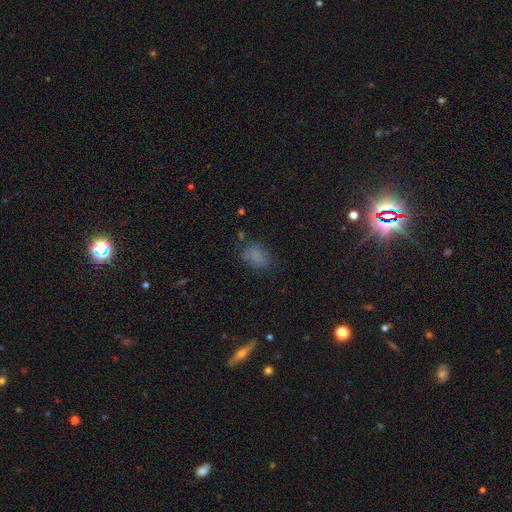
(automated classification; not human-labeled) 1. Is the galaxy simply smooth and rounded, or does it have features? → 77% smooth, 14% star or artifact, 9% featured or disk.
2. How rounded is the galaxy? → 84% in between, 14% round, 2% cigar-shaped.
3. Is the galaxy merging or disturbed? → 65% none, 22% minor disturbance, 9% major disturbance, 3% merger.